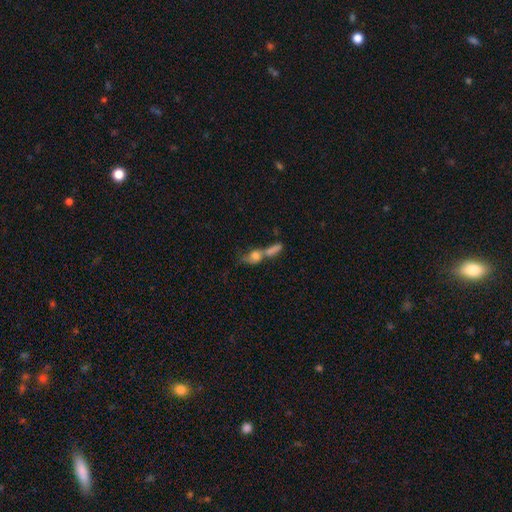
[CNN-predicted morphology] The model was most divided on "how rounded": in between: 49%, round: 27%, cigar-shaped: 24%. More confident: merging — merger (66%); smooth or featured — smooth (63%).